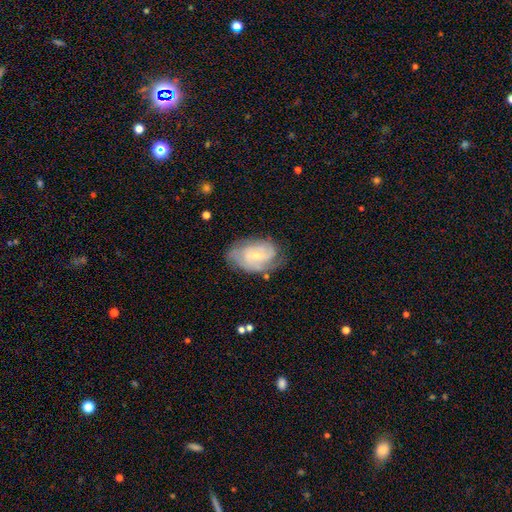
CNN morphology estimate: Smooth or featured: featured or disk — 77% (smooth — 17%)
Edge-on disk: no — 97% (yes — 3%)
Bar: no — 50% (weak — 42%)
Spiral arms: yes — 92% (no — 8%)
Spiral winding: tight — 55% (medium — 35%)
Spiral arm count: 2 — 35% (can't tell — 32%)
Bulge size: small — 70% (moderate — 26%)
Merging: none — 66% (minor disturbance — 24%)